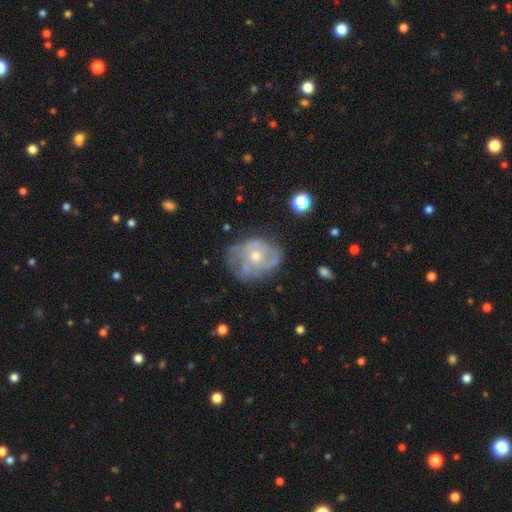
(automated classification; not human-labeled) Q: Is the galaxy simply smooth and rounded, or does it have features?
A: featured or disk — 76%.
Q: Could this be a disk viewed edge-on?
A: no — 97%.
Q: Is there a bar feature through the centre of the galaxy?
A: no — 79%.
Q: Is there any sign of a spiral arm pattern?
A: yes — 77%.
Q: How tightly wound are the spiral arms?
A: tight — 53%.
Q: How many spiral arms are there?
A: can't tell — 44%.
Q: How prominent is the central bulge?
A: moderate — 55%.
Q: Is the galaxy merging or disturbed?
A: none — 64%.